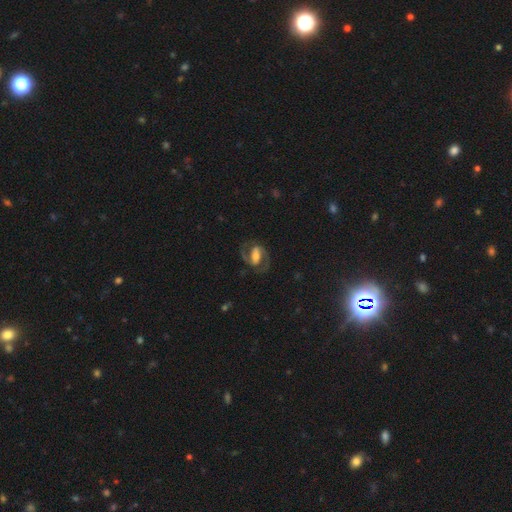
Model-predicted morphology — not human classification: Smooth or featured: featured or disk — 83% (smooth — 11%)
Edge-on disk: no — 97% (yes — 3%)
Bar: strong — 47% (weak — 37%)
Spiral arms: yes — 94% (no — 6%)
Spiral winding: medium — 60% (tight — 22%)
Spiral arm count: 2 — 92% (can't tell — 3%)
Bulge size: moderate — 50% (small — 26%)
Merging: none — 76% (minor disturbance — 13%)